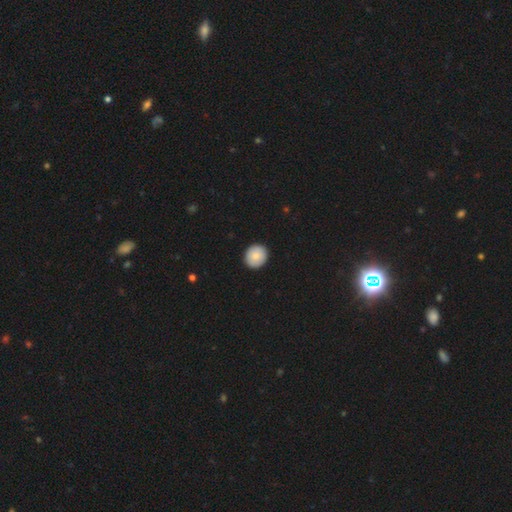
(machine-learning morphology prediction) Smooth or featured? smooth (82%)
How rounded? round (84%)
Merging? none (91%)